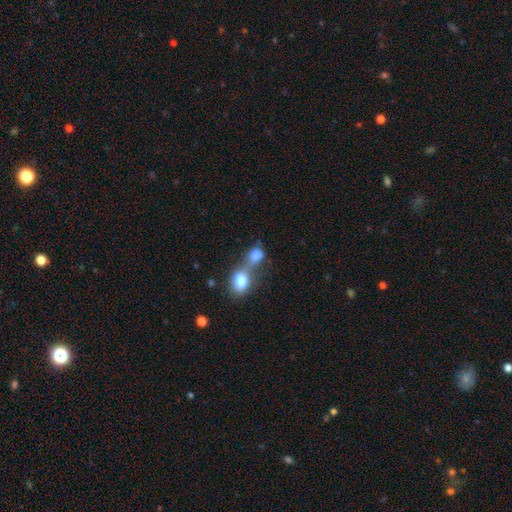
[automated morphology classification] Smooth or featured?
  - smooth: 79% *
  - featured or disk: 12%
  - star or artifact: 9%
How rounded?
  - in between: 59% *
  - round: 39%
  - cigar-shaped: 2%
Merging?
  - merger: 69% *
  - none: 17%
  - major disturbance: 7%
  - minor disturbance: 7%